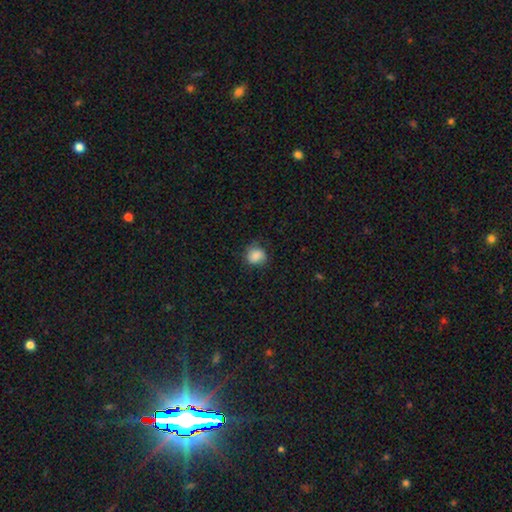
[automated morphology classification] This is clearly a smooth galaxy (82%). How rounded: likely round (75%). Merging: likely none (70%).